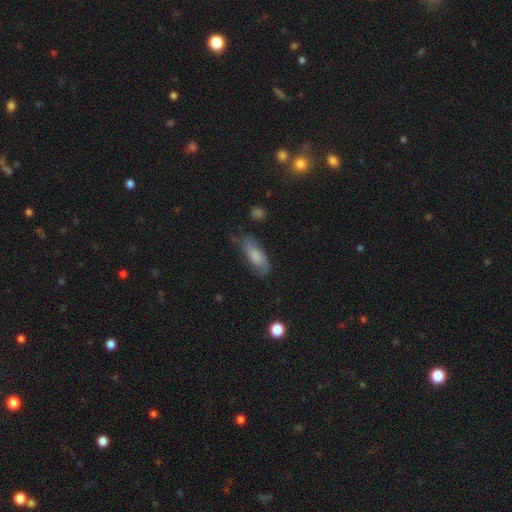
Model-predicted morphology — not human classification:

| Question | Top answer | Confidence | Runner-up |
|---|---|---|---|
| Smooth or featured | smooth | 62% | featured or disk (30%) |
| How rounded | in between | 78% | cigar-shaped (19%) |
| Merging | none | 59% | minor disturbance (28%) |